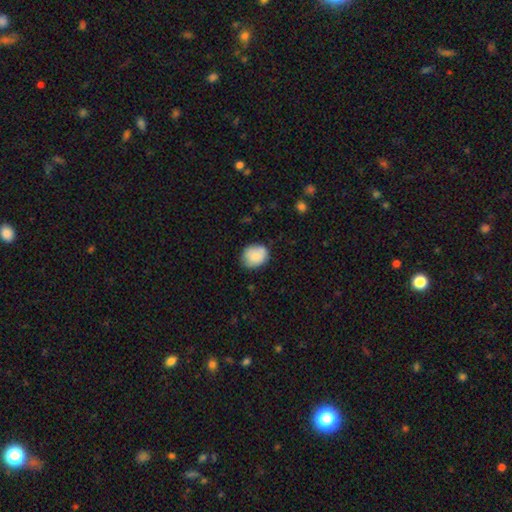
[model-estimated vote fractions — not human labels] Q: Smooth or featured?
A: smooth (82%); runner-up: featured or disk (10%)
Q: How rounded?
A: round (59%); runner-up: in between (40%)
Q: Merging?
A: none (75%); runner-up: minor disturbance (19%)